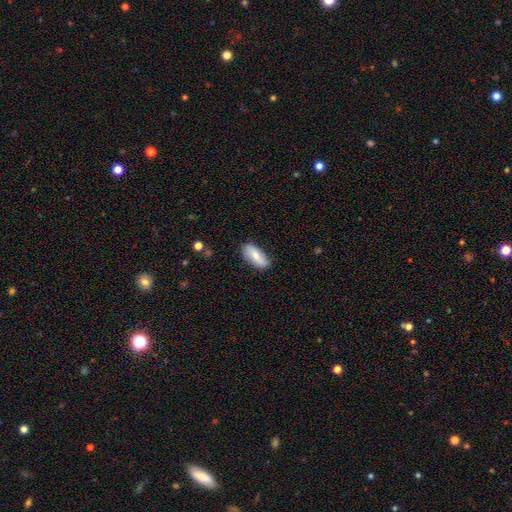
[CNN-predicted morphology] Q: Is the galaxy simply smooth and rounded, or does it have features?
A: smooth — 66%.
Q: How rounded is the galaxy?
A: in between — 83%.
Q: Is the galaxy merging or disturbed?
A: none — 78%.